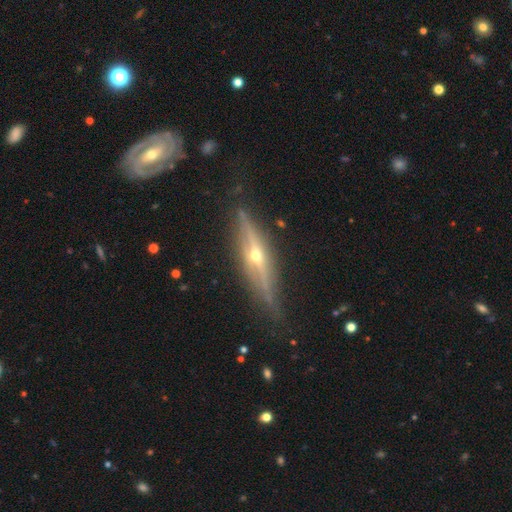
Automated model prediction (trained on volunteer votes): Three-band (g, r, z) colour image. It shows a featured or disk galaxy (81%) viewed edge-on (95%) with a rounded central bulge (90%). Merging: none (83%).